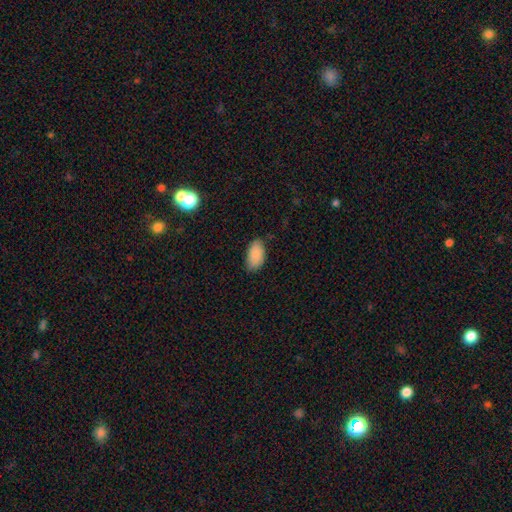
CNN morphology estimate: Overall: smooth (89%). How rounded: in between (95%). Merging: none (77%).